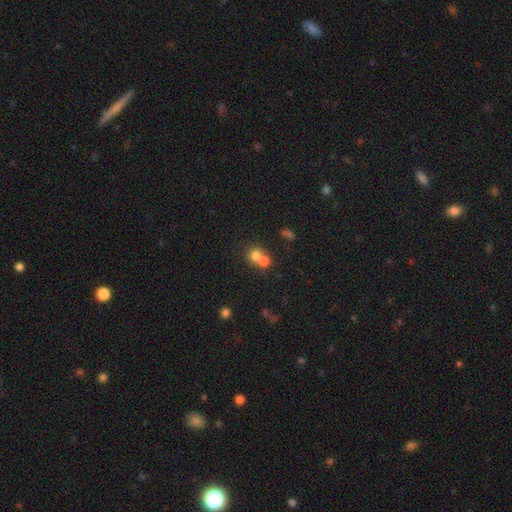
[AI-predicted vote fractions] Morphology: type=smooth (72%); roundness=round (78%); merging=merger (58%).